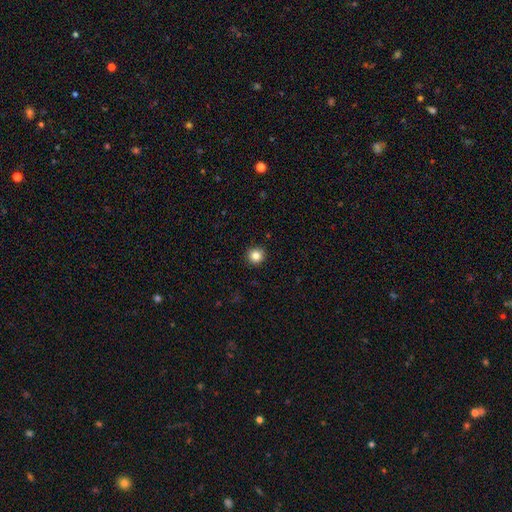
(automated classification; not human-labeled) This is clearly a smooth galaxy (84%). How rounded: clearly round (94%). Merging: clearly none (92%).